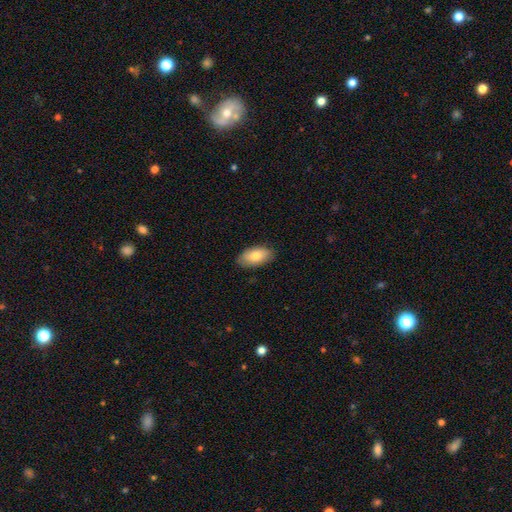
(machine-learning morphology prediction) A smooth galaxy with no disk features (81%) that is in between round and cigar-shaped (93%).

Vote fractions:
- Smooth or featured? smooth: 81% / featured or disk: 13% / star or artifact: 6%
- How rounded? in between: 93% / cigar-shaped: 3% / round: 3%
- Merging? none: 85% / minor disturbance: 12% / major disturbance: 2% / merger: 1%